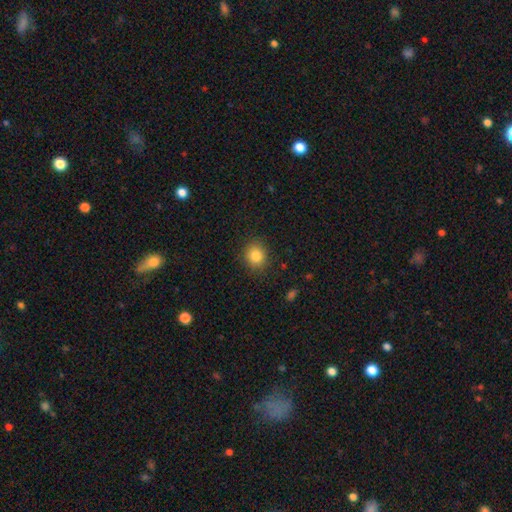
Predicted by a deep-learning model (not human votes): smooth-or-featured: smooth: 83% | star or artifact: 11% | featured or disk: 6%
  how-rounded: round: 83% | in between: 16% | cigar-shaped: 1%
  merging: none: 88% | minor disturbance: 8% | major disturbance: 3% | merger: 1%